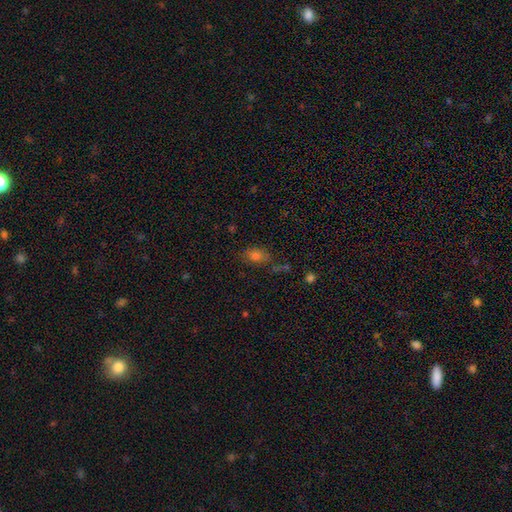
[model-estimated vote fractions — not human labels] Overall: smooth (70%). How rounded: in between (71%). Merging: none (68%).